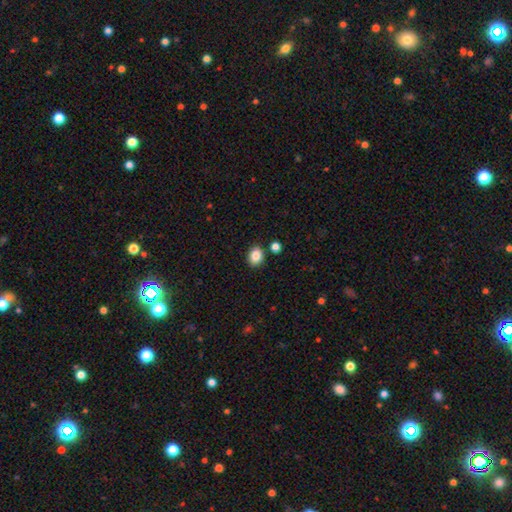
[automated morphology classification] A smooth galaxy with no disk features (86%) that is in between round and cigar-shaped (57%). Merging: none (84%).